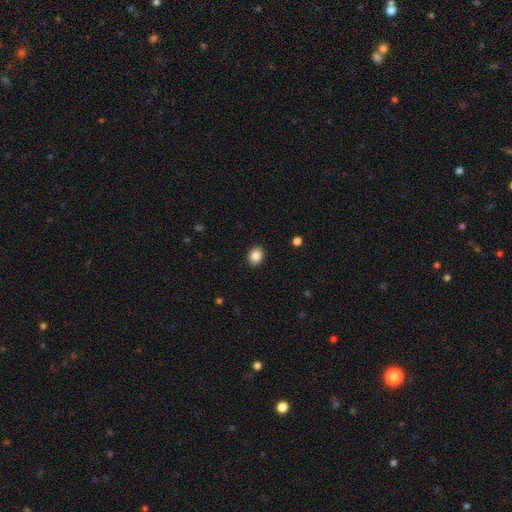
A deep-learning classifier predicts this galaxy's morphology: Smooth or featured: smooth — 87% (star or artifact — 9%)
How rounded: in between — 51% (round — 48%)
Merging: none — 90% (minor disturbance — 7%)